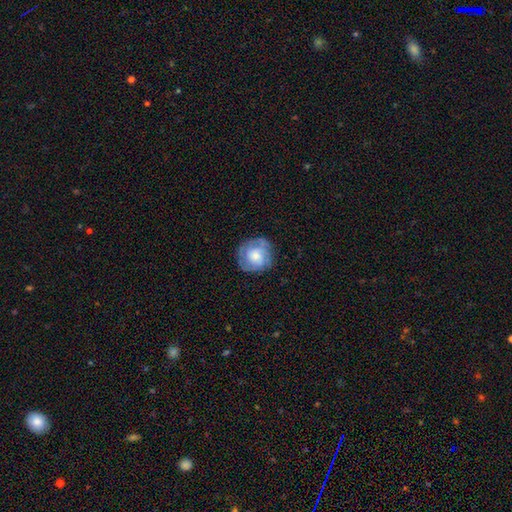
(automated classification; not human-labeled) Smooth or featured: featured or disk — 59% (smooth — 33%)
Edge-on disk: no — 98% (yes — 2%)
Bar: no — 78% (weak — 19%)
Spiral arms: yes — 84% (no — 16%)
Bulge size: moderate — 43% (small — 35%)
Merging: none — 76% (minor disturbance — 17%)